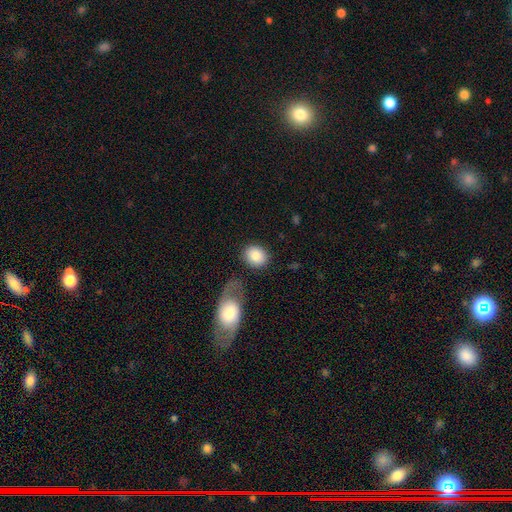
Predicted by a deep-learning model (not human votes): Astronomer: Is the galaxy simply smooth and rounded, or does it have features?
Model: smooth — 85%.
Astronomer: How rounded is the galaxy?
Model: round — 58% (runner-up: in between, 41%).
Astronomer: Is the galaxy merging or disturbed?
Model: none — 74%.